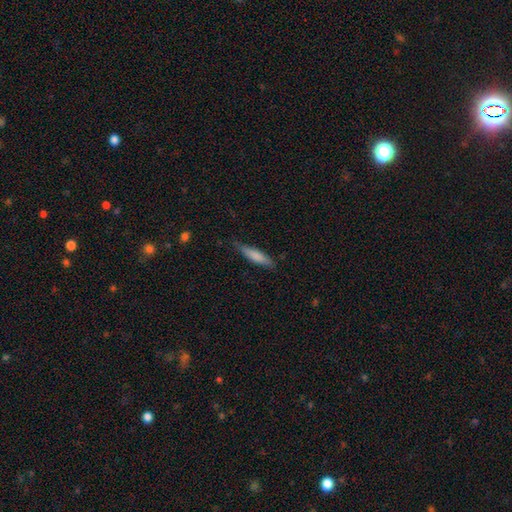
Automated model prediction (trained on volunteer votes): Morphology: type=smooth (76%); roundness=cigar-shaped (78%); merging=none (80%).